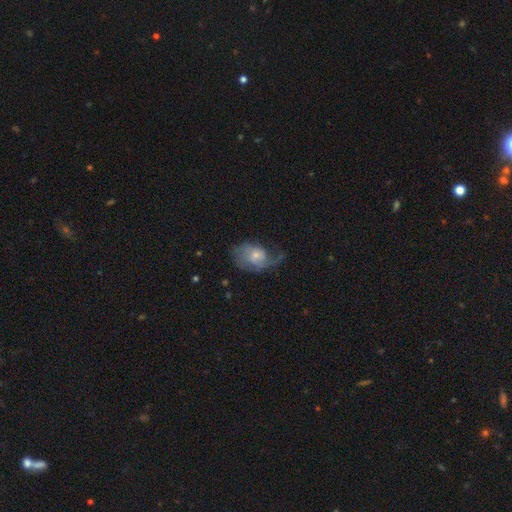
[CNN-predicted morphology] smooth-or-featured: featured or disk: 60% | smooth: 33% | star or artifact: 7%
  disk-edge-on: no: 96% | yes: 4%
    bar: no: 60% | weak: 35% | strong: 5%
    has-spiral-arms: yes: 84% | no: 16%
    bulge-size: small: 50% | moderate: 39% | none: 6% | large: 4% | dominant: 1%
  merging: none: 37% | major disturbance: 33% | minor disturbance: 28% | merger: 2%